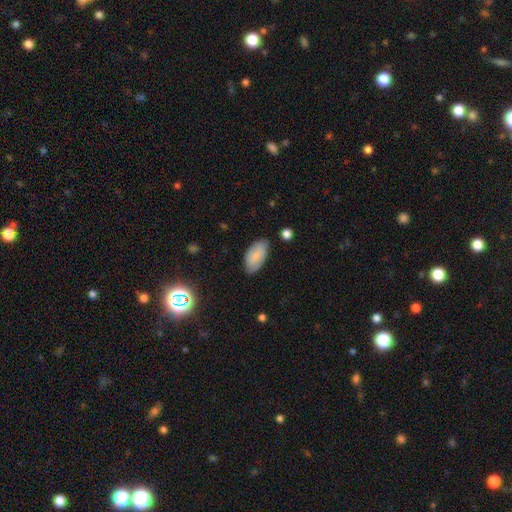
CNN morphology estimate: Smooth or featured? smooth (79%)
How rounded? in between (95%)
Merging? none (78%)